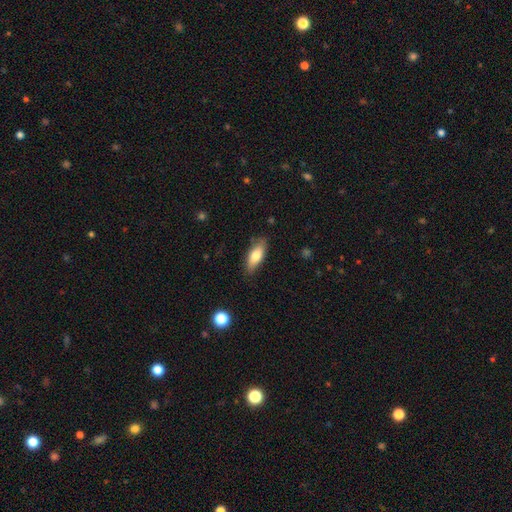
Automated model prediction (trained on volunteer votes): This appears to be a smooth galaxy with no disk features (73%) that is in between round and cigar-shaped (70%). Merging: none (82%).